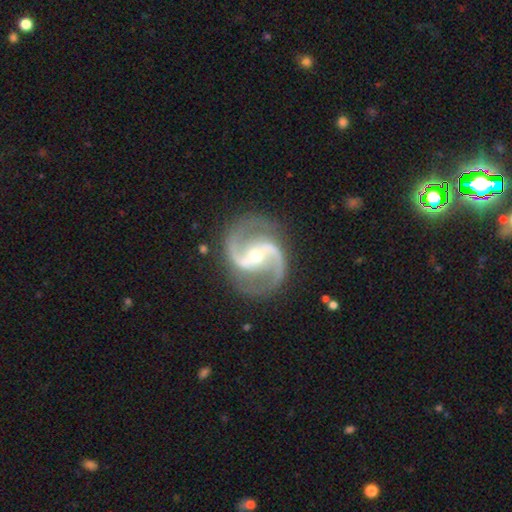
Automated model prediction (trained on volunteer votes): The model was most divided on "bar": weak: 38%, strong: 37%, no: 25%. More confident: spiral arms — yes (98%); edge-on disk — no (98%); spiral arm count — 2 (95%); smooth or featured — featured or disk (93%); merging — none (85%); spiral winding — medium (64%); bulge size — moderate (51%).